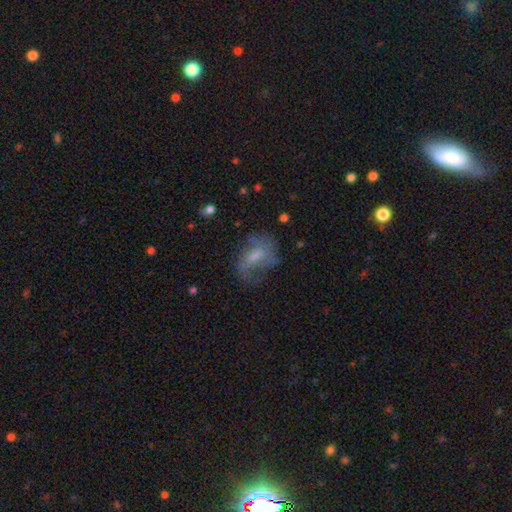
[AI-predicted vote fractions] Smooth or featured? featured or disk (48%)
Merging? none (44%)